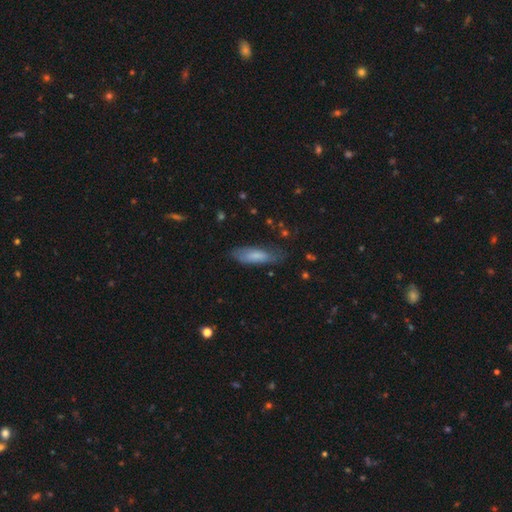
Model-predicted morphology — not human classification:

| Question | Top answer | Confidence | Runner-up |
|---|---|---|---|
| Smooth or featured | smooth | 73% | featured or disk (20%) |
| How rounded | in between | 53% | cigar-shaped (45%) |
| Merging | none | 66% | minor disturbance (25%) |